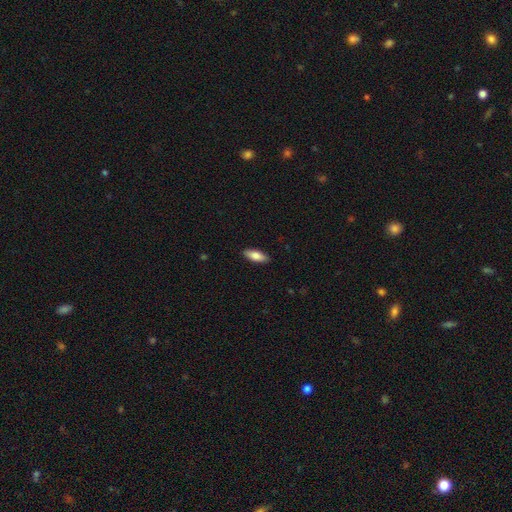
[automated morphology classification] Smooth or featured: smooth — 80% (featured or disk — 14%)
How rounded: in between — 75% (cigar-shaped — 23%)
Merging: none — 89% (minor disturbance — 8%)